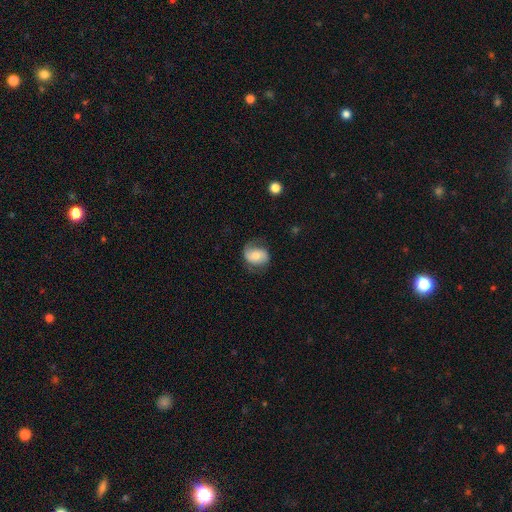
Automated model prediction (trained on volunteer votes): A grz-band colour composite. It shows a smooth galaxy with no disk features (50%). Merging: none (61%).